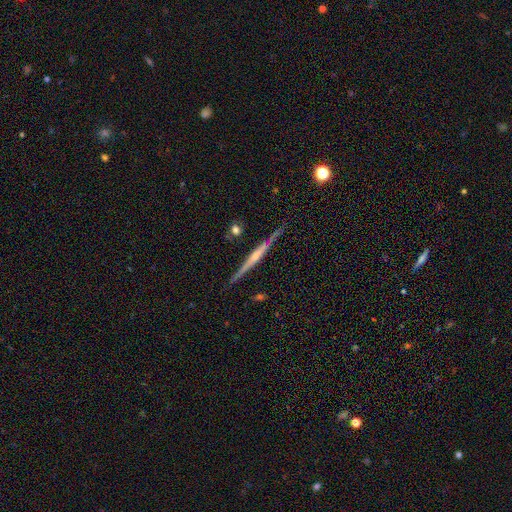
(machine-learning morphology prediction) A featured or disk galaxy (75%) viewed edge-on (98%) with a rounded central bulge (49%). Merging: none (88%).